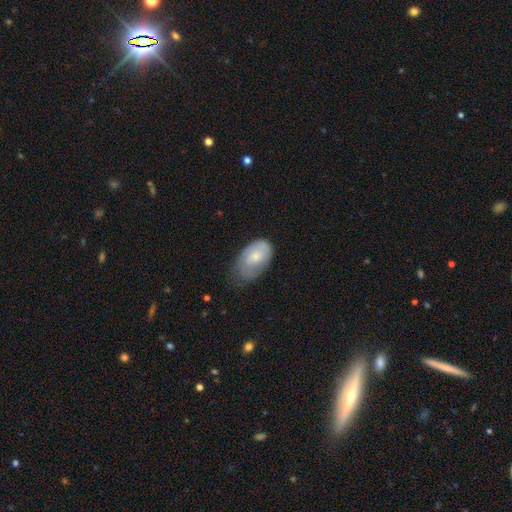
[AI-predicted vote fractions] Smooth or featured? Predicted: smooth (p=0.66). How rounded? Predicted: in between (p=0.92). Merging? Predicted: minor disturbance (p=0.43).